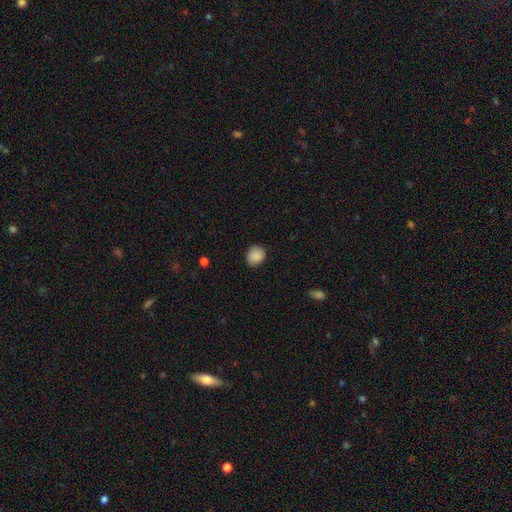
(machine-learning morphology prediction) Smooth or featured: smooth — 88% (star or artifact — 8%)
How rounded: round — 65% (in between — 34%)
Merging: none — 84% (minor disturbance — 12%)